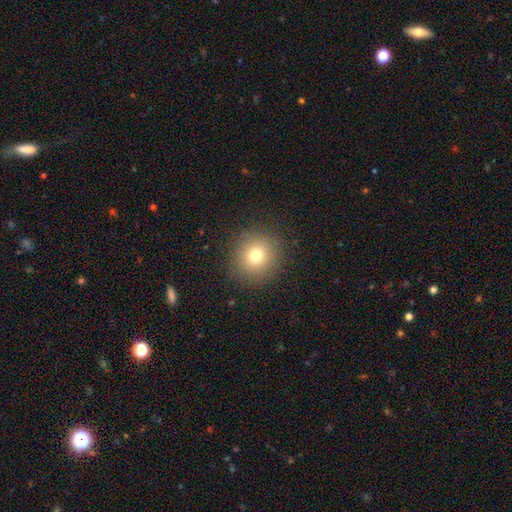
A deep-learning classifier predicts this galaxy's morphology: Overall: smooth (76%). How rounded: round (93%). Merging: none (89%).